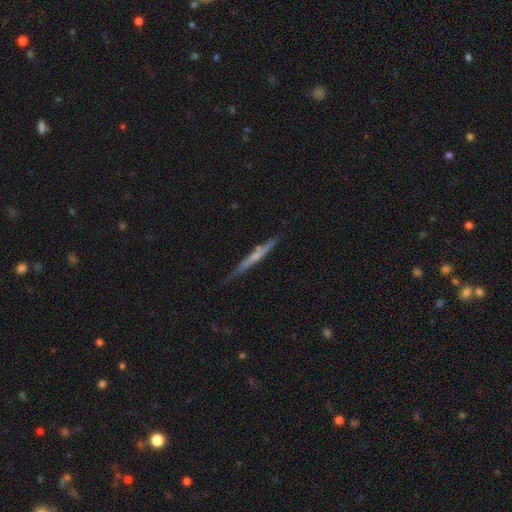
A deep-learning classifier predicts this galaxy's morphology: The model was most divided on "smooth or featured": featured or disk: 54%, smooth: 40%, star or artifact: 6%. More confident: edge-on disk — yes (96%); merging — none (82%); edge-on bulge — none (70%).